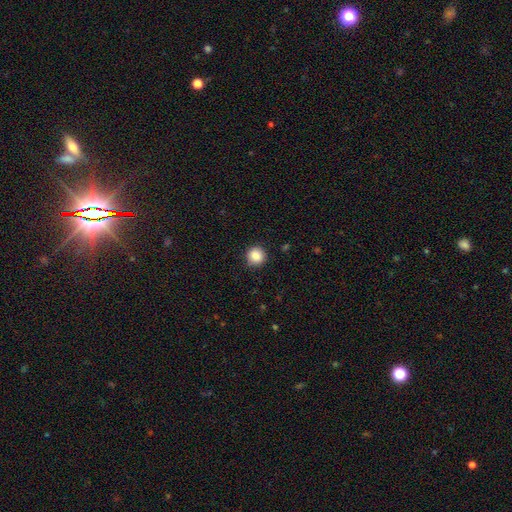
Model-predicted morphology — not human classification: This appears to be a smooth galaxy with no disk features (86%) that is round (91%). Merging: none (88%).